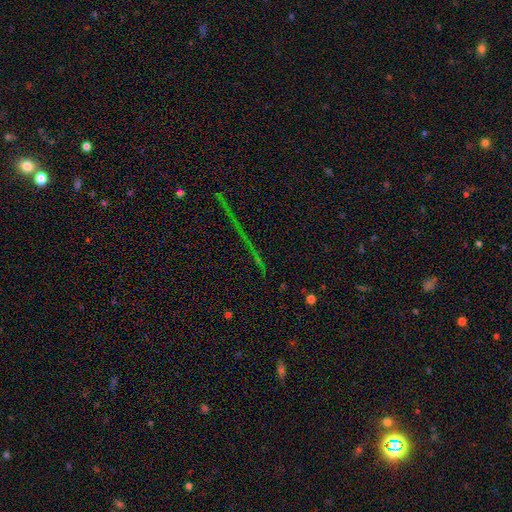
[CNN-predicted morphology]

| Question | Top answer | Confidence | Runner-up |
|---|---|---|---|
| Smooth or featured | star or artifact | 73% | featured or disk (13%) |